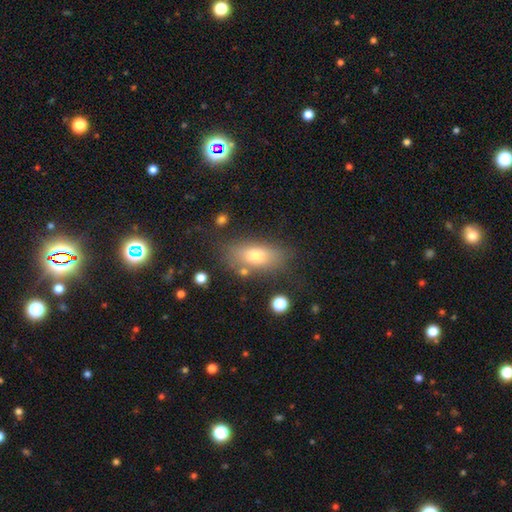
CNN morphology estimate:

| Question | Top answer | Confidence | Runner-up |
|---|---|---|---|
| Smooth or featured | smooth | 71% | featured or disk (17%) |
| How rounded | in between | 82% | cigar-shaped (12%) |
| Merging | none | 74% | minor disturbance (15%) |